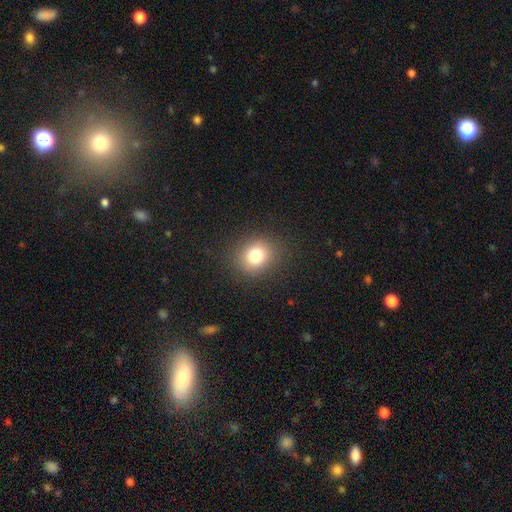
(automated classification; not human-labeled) smooth_or_featured: smooth (p=0.79) [alt: star or artifact p=0.13]
how_rounded: round (p=0.72) [alt: in between p=0.27]
merging: none (p=0.88) [alt: minor disturbance p=0.08]